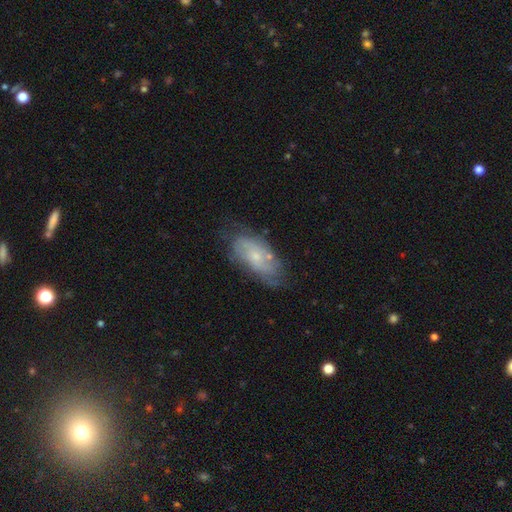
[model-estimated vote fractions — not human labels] The model was most divided on "smooth or featured": featured or disk: 59%, smooth: 33%, star or artifact: 8%. More confident: edge-on disk — no (91%); bar — no (74%); spiral arms — yes (73%); bulge size — small (65%); merging — none (63%).